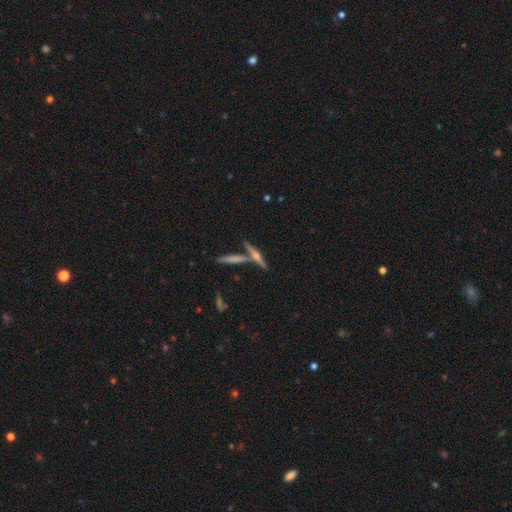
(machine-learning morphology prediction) smooth_or_featured: featured or disk (p=0.68) [alt: smooth p=0.22]
disk_edge_on: yes (p=0.96) [alt: no p=0.04]
edge_on_bulge: rounded (p=0.83) [alt: none p=0.09]
merging: none (p=0.70) [alt: merger p=0.19]